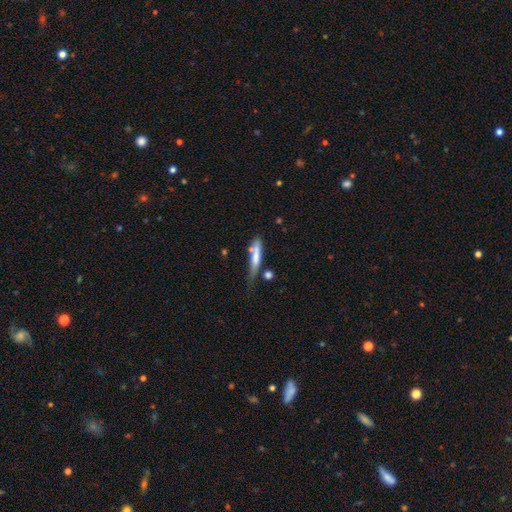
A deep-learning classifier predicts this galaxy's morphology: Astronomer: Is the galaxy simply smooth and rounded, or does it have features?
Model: smooth — 67%.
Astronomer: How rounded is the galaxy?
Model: cigar-shaped — 83%.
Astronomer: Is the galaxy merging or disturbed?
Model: none — 44% (runner-up: minor disturbance, 28%).